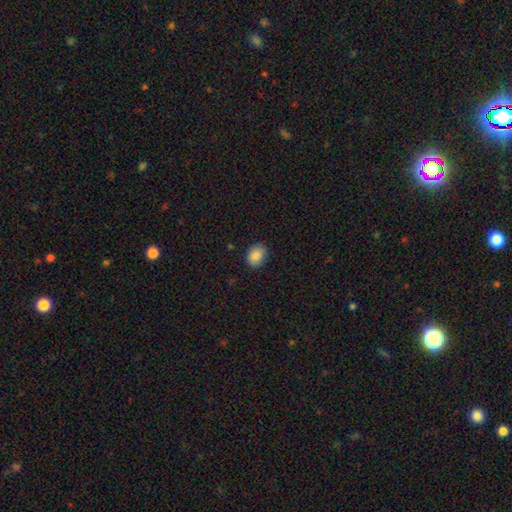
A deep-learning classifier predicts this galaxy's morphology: Q: Smooth or featured?
A: smooth (86%); runner-up: star or artifact (8%)
Q: How rounded?
A: in between (69%); runner-up: round (30%)
Q: Merging?
A: none (84%); runner-up: minor disturbance (12%)